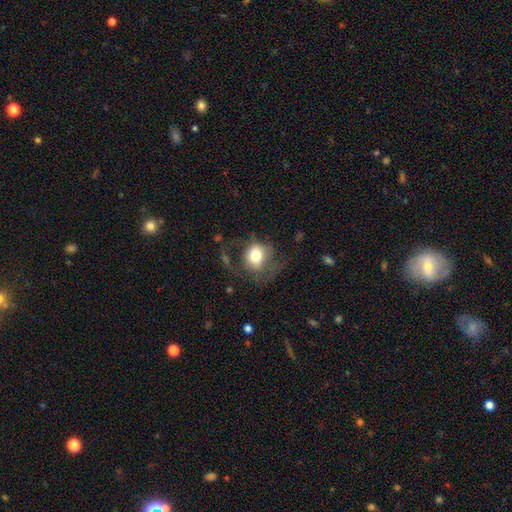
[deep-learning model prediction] Morphology: type=smooth (62%); roundness=round (59%); merging=none (41%).